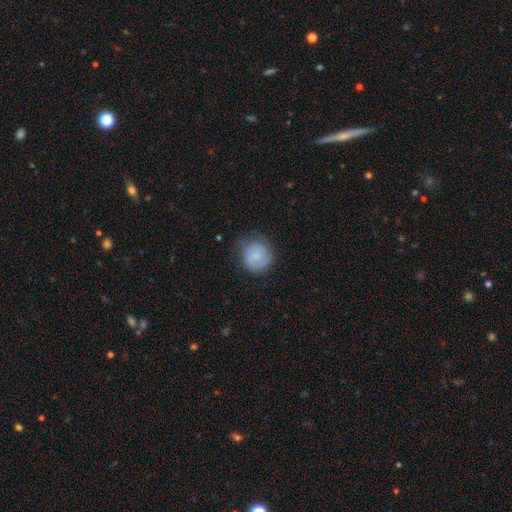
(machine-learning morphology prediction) This is likely a smooth galaxy (66%). How rounded: clearly round (86%). Merging: likely none (63%).